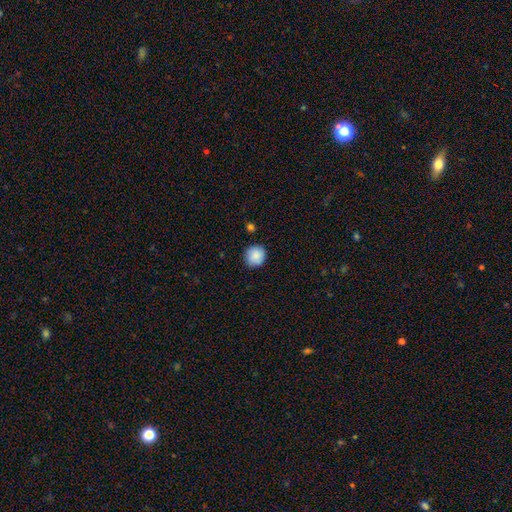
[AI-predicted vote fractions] Q: Smooth or featured?
A: smooth (87%); runner-up: star or artifact (8%)
Q: How rounded?
A: round (90%); runner-up: in between (9%)
Q: Merging?
A: none (87%); runner-up: minor disturbance (9%)